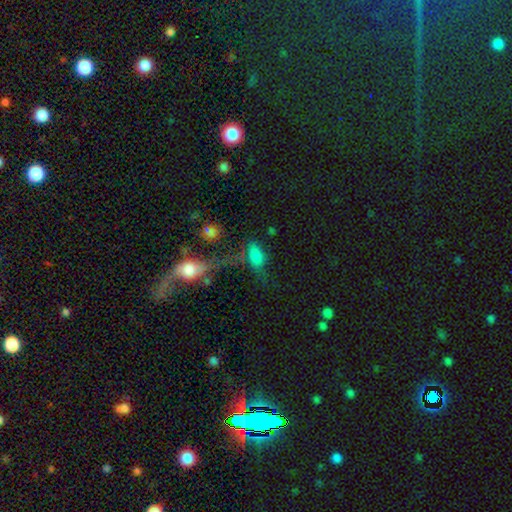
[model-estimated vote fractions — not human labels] This is likely a smooth galaxy (73%). How rounded: clearly in between (82%). Merging: marginally none (44%).